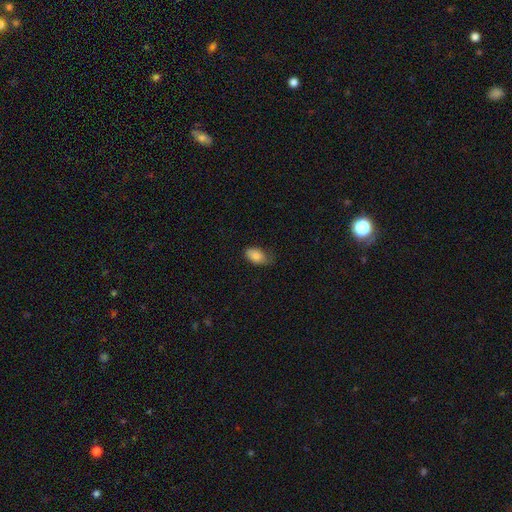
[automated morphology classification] A smooth galaxy with no disk features (84%) that is in between round and cigar-shaped (92%). Merging: none (59%).